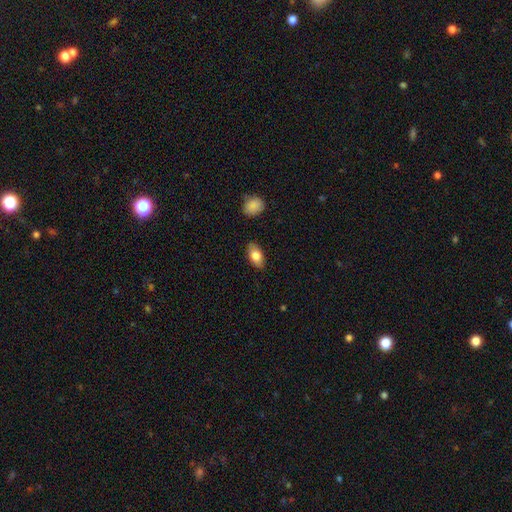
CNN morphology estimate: A smooth galaxy with no disk features (79%) that is in between round and cigar-shaped (91%).

Vote fractions:
- Smooth or featured? smooth: 79% / featured or disk: 14% / star or artifact: 7%
- How rounded? in between: 91% / round: 5% / cigar-shaped: 4%
- Merging? none: 86% / minor disturbance: 10% / major disturbance: 2% / merger: 1%